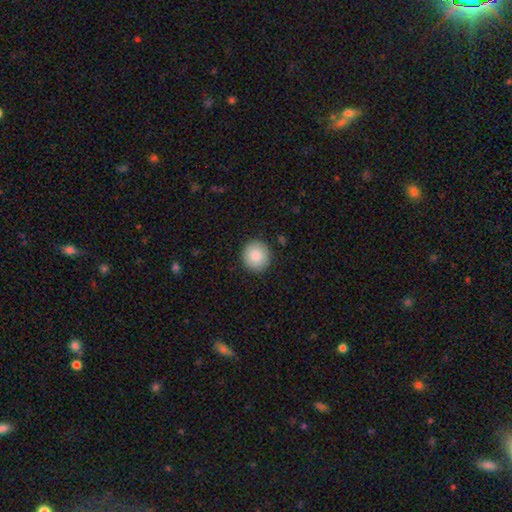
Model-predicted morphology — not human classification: This is clearly a smooth galaxy (87%). How rounded: clearly round (92%). Merging: clearly none (90%).